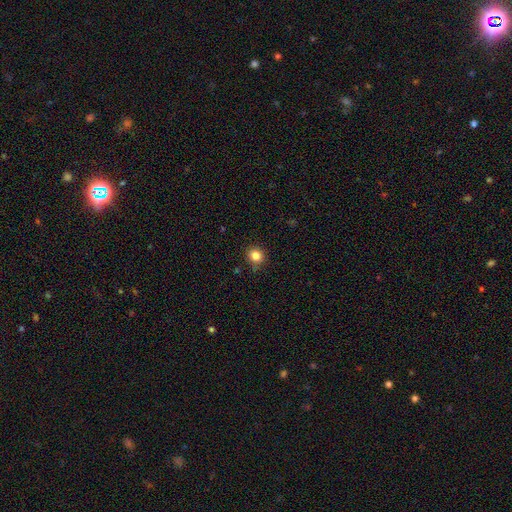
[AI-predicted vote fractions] The model was most divided on "merging": none: 83%, minor disturbance: 13%, major disturbance: 3%, merger: 2%. More confident: how rounded — round (87%); smooth or featured — smooth (83%).